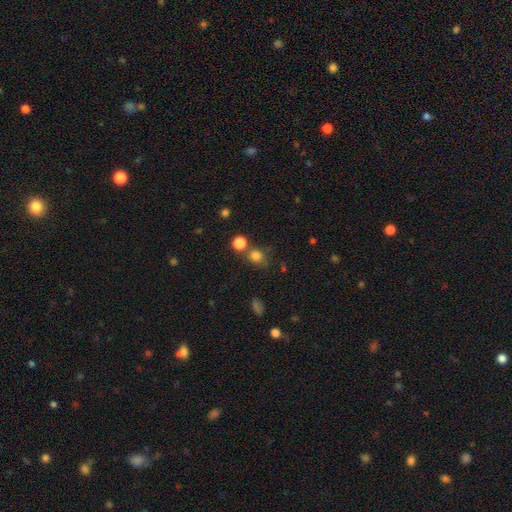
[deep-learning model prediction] This is likely a smooth galaxy (78%). How rounded: likely round (79%). Merging: likely none (65%).